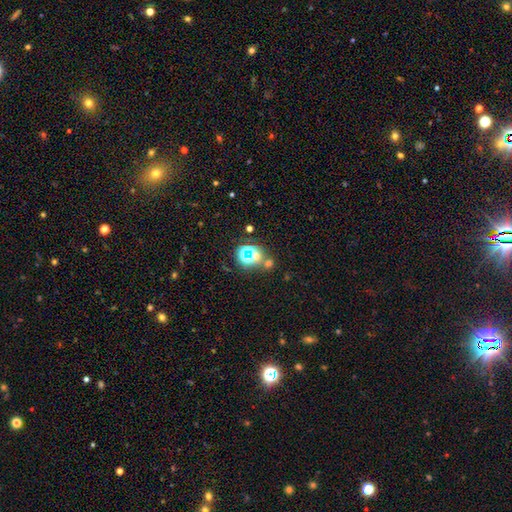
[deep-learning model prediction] star or artifact 49%, smooth 37%, featured or disk 14%.